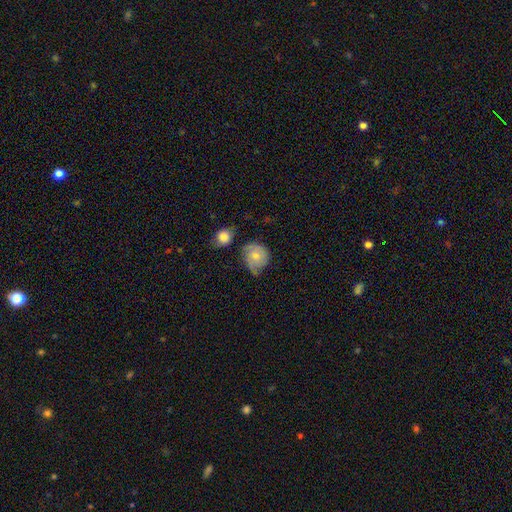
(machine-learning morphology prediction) Smooth or featured?
  - featured or disk: 51% *
  - smooth: 41%
  - star or artifact: 8%
Edge-on disk?
  - no: 97% *
  - yes: 3%
Merging?
  - none: 48% *
  - minor disturbance: 33%
  - major disturbance: 13%
  - merger: 7%